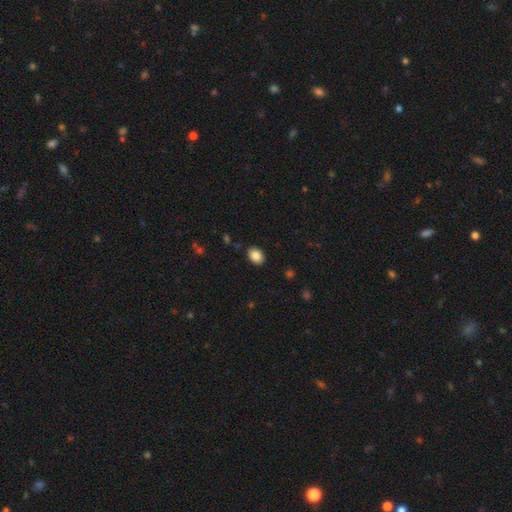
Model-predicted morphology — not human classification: Smooth or featured?
  - smooth: 86% *
  - star or artifact: 8%
  - featured or disk: 6%
How rounded?
  - in between: 74% *
  - round: 25%
  - cigar-shaped: 1%
Merging?
  - none: 89% *
  - minor disturbance: 8%
  - major disturbance: 2%
  - merger: 1%